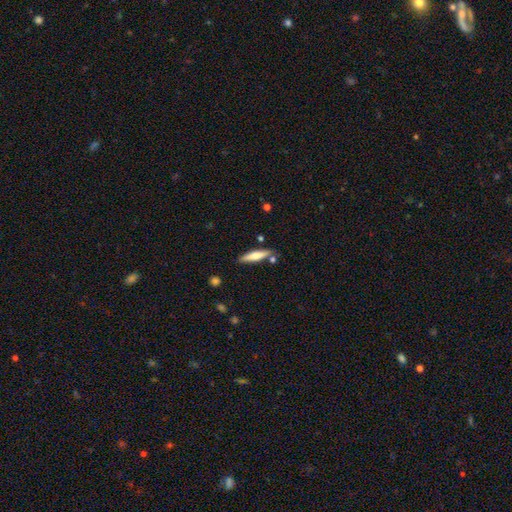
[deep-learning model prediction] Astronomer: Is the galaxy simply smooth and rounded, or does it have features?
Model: smooth — 58% (runner-up: featured or disk, 36%).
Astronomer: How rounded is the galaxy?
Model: cigar-shaped — 82%.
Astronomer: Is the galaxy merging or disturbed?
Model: none — 82%.